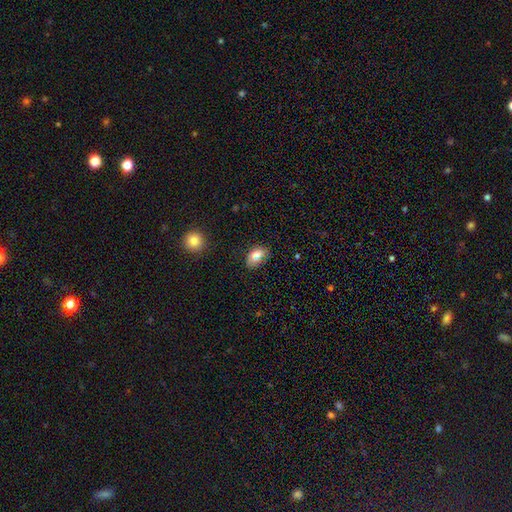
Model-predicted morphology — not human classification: A smooth galaxy with no disk features (77%) that is in between round and cigar-shaped (85%). Merging: none (76%).